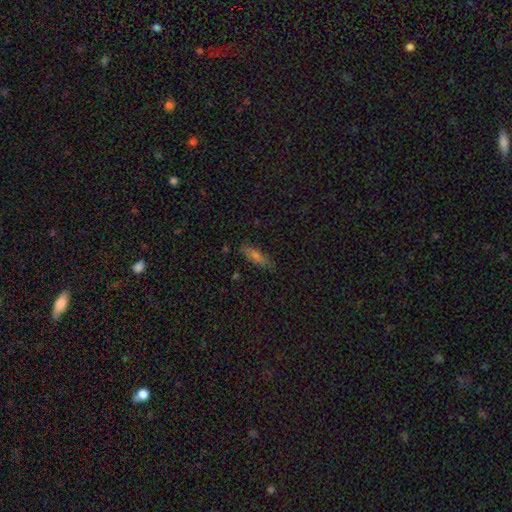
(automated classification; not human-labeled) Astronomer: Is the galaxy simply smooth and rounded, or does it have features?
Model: smooth — 58%.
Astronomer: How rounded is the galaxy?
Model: cigar-shaped — 66%.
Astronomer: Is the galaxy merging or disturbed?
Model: none — 83%.